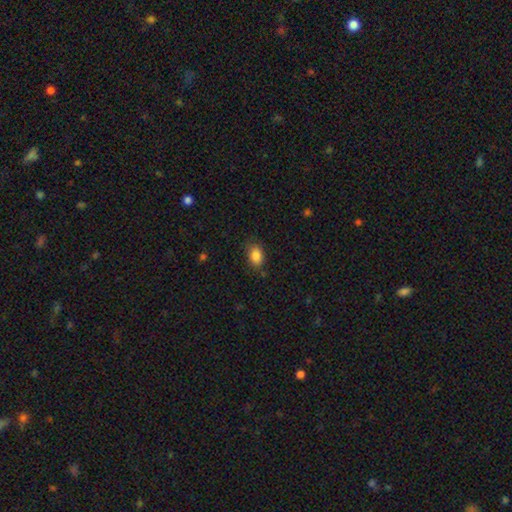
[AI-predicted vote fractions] This appears to be a smooth galaxy with no disk features (86%) that is in between round and cigar-shaped (80%). Merging: none (76%).